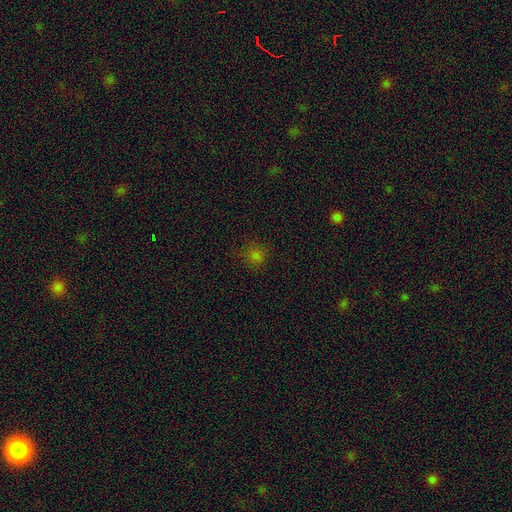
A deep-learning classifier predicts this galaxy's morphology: This appears to be a smooth galaxy with no disk features (73%) that is round (87%). Merging: none (80%).